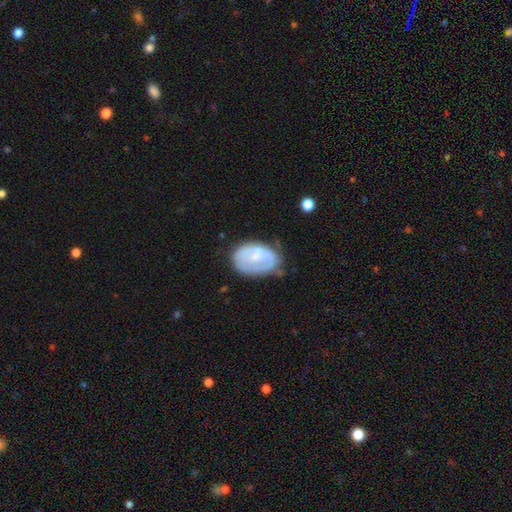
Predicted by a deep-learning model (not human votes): A smooth galaxy with no disk features (46%, tied with featured or disk).

Vote fractions:
- Smooth or featured? smooth: 46% (tied) / featured or disk: 46% (tied) / star or artifact: 8%
- Merging? none: 52% / minor disturbance: 32% / major disturbance: 14% / merger: 3%